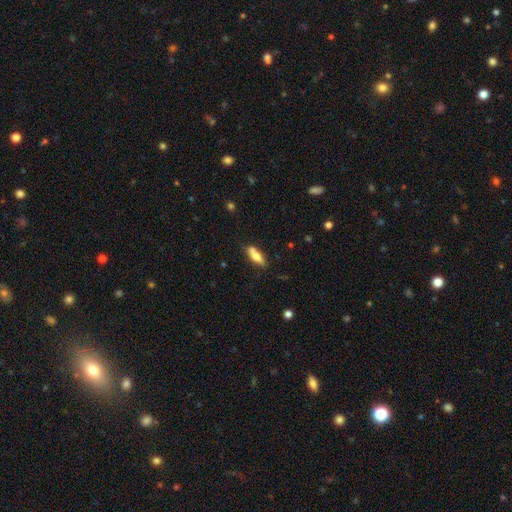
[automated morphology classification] type=smooth (67%); roundness=in between (52%); merging=none (71%).